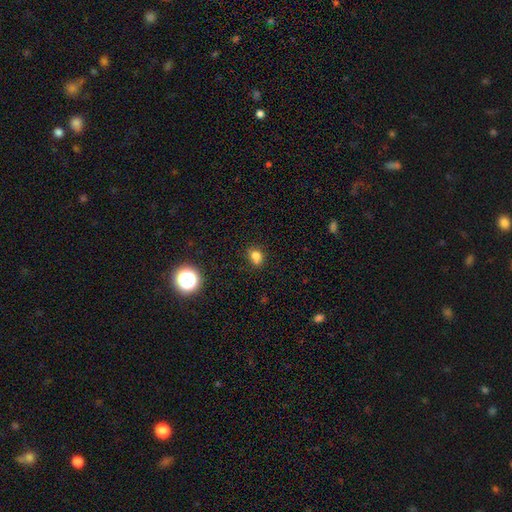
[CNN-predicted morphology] type=smooth (76%); roundness=round (59%); merging=none (66%).